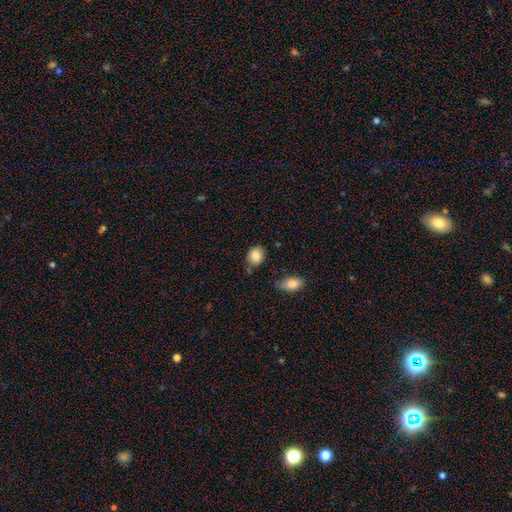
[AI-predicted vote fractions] Smooth or featured?
  - smooth: 85% *
  - star or artifact: 8%
  - featured or disk: 7%
How rounded?
  - in between: 52% *
  - round: 47%
  - cigar-shaped: 1%
Merging?
  - none: 74% *
  - minor disturbance: 18%
  - merger: 5%
  - major disturbance: 3%